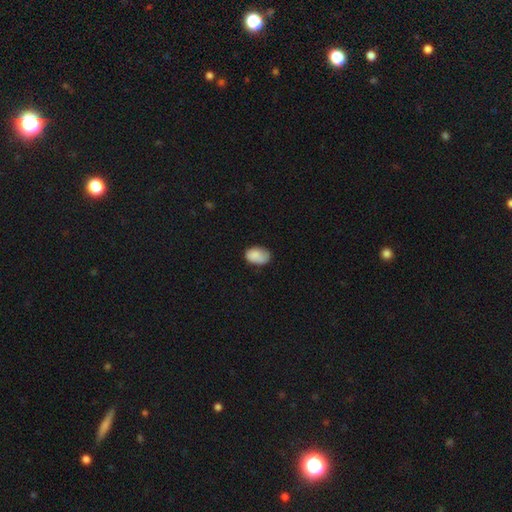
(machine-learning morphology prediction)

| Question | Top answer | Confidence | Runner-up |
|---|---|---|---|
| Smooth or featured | smooth | 84% | featured or disk (9%) |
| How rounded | in between | 85% | round (14%) |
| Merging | none | 62% | minor disturbance (29%) |